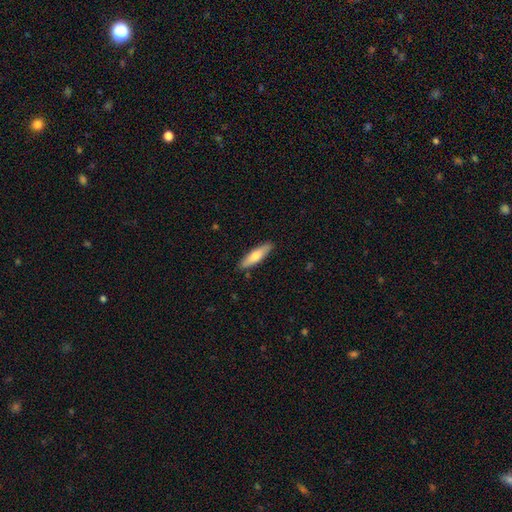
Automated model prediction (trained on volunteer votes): Overall: smooth (67%). How rounded: cigar-shaped (67%; in between 31%). Merging: none (88%).